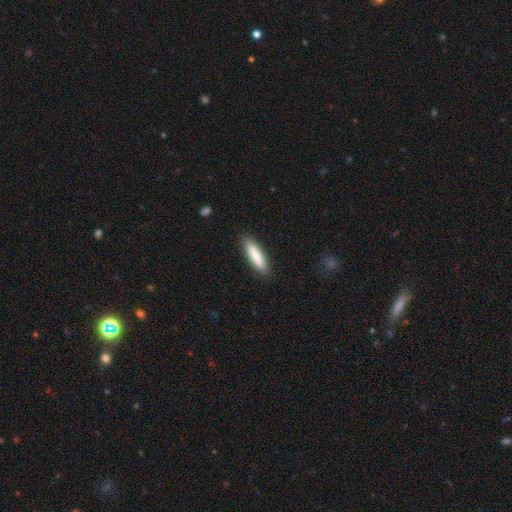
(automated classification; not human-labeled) Smooth or featured? Predicted: smooth (p=0.82). How rounded? Predicted: cigar-shaped (p=0.71). Merging? Predicted: none (p=0.88).